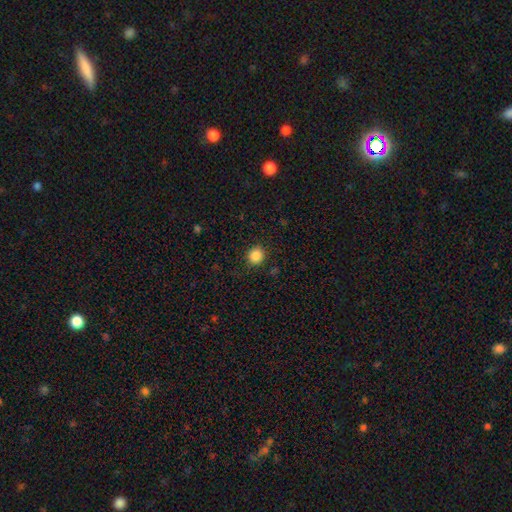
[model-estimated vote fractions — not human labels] This appears to be a smooth galaxy with no disk features (86%) that is round (89%). Merging: none (90%).